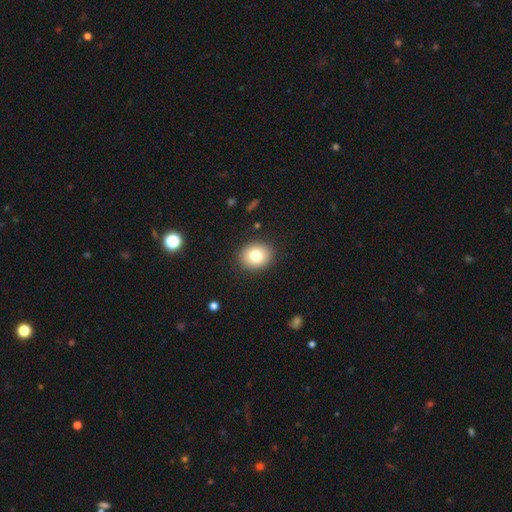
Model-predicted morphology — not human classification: A smooth galaxy with no disk features (79%) that is round (66%). Merging: none (90%).